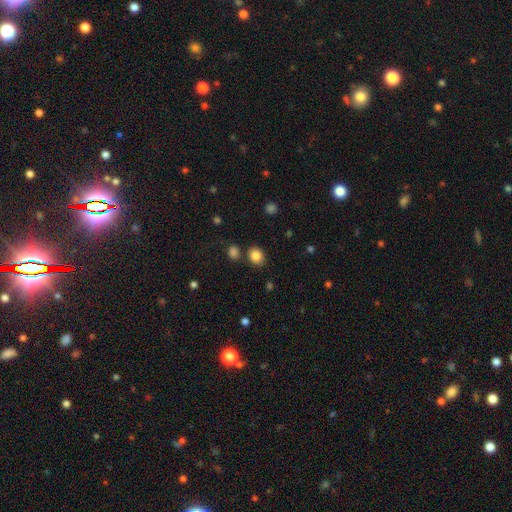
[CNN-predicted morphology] smooth-or-featured: smooth: 85% | star or artifact: 10% | featured or disk: 5%
  how-rounded: round: 62% | in between: 37% | cigar-shaped: 1%
  merging: none: 78% | minor disturbance: 10% | merger: 8% | major disturbance: 3%